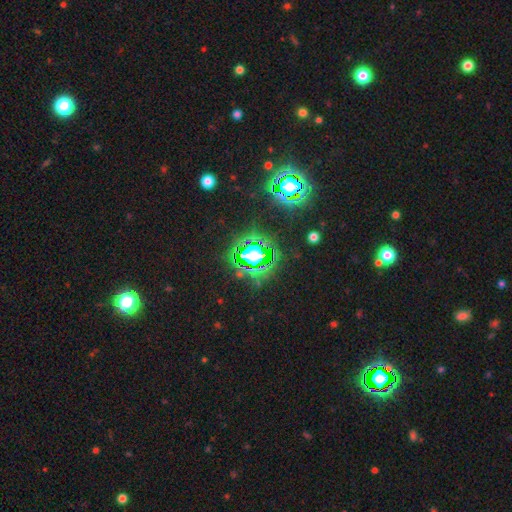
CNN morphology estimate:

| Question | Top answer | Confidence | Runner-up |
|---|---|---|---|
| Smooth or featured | star or artifact | 80% | smooth (12%) |